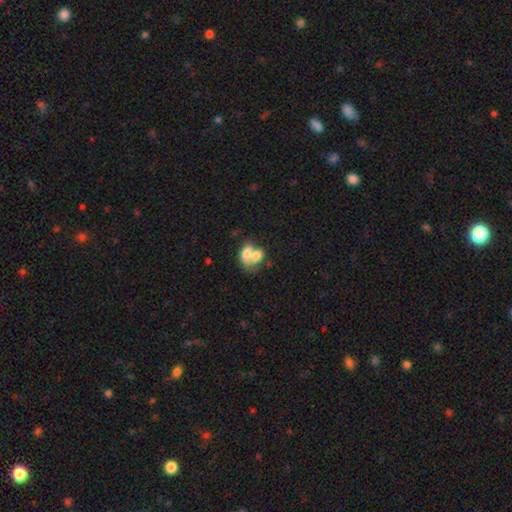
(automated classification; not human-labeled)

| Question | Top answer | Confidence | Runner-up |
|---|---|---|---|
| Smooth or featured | smooth | 68% | featured or disk (24%) |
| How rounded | in between | 76% | round (22%) |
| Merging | merger | 71% | none (18%) |